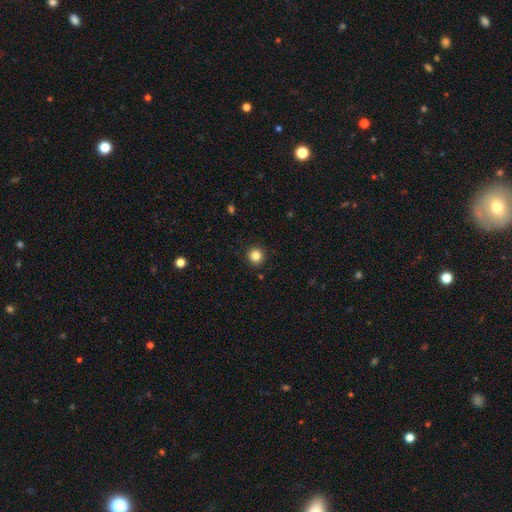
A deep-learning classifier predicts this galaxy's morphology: A smooth galaxy with no disk features (84%) that is round (95%). Merging: none (92%).